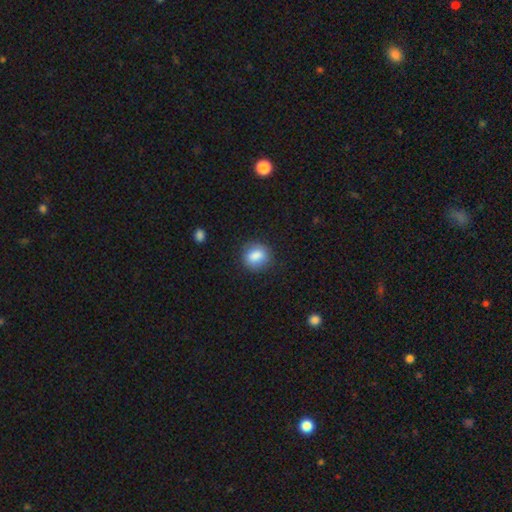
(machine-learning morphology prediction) This is clearly a smooth galaxy (86%). How rounded: likely round (67%). Merging: clearly none (82%).